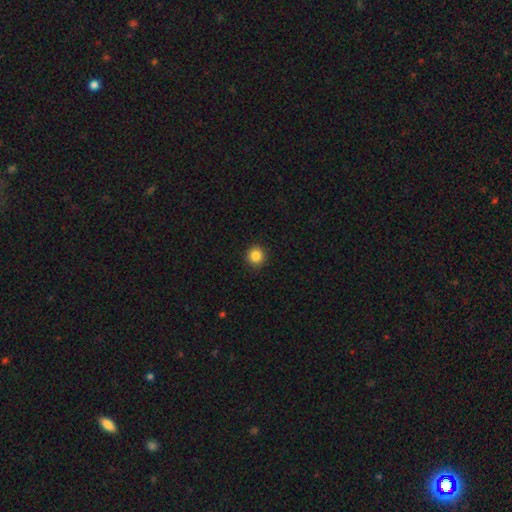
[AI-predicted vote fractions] A smooth galaxy with no disk features (85%) that is round (93%).

Vote fractions:
- Smooth or featured? smooth: 85% / star or artifact: 11% / featured or disk: 4%
- How rounded? round: 93% / in between: 6% / cigar-shaped: 1%
- Merging? none: 92% / minor disturbance: 5% / major disturbance: 2% / merger: 1%